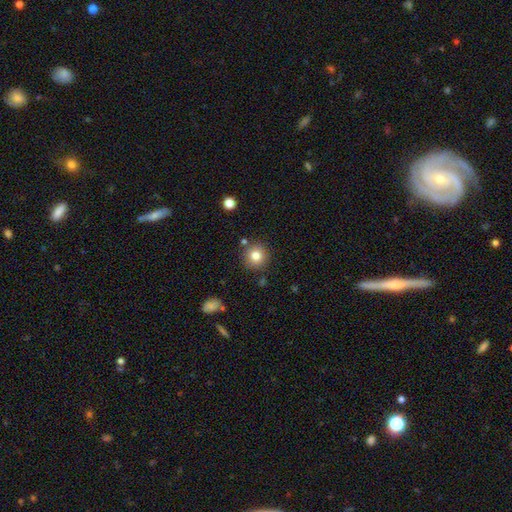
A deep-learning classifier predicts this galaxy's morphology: smooth_or_featured: smooth (p=0.81) [alt: star or artifact p=0.11]
how_rounded: round (p=0.93) [alt: in between p=0.06]
merging: none (p=0.85) [alt: minor disturbance p=0.08]